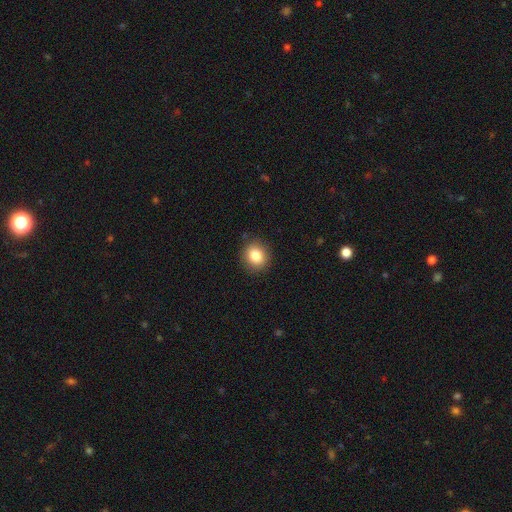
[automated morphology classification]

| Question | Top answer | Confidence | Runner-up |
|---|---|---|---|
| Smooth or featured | smooth | 84% | star or artifact (10%) |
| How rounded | round | 82% | in between (17%) |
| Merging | none | 89% | minor disturbance (8%) |